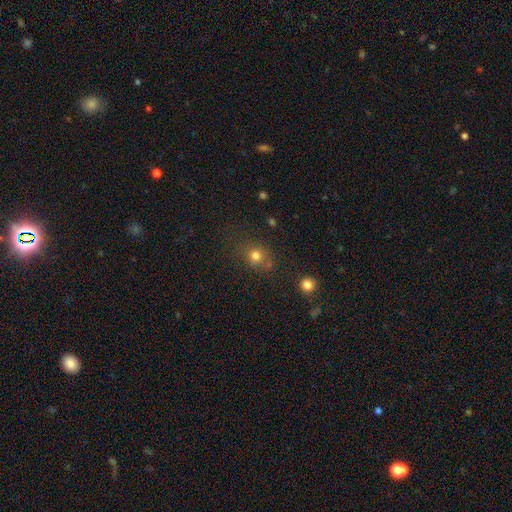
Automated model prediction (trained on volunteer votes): smooth 76%, star or artifact 16%, featured or disk 8%. Down the decision tree: how rounded — round (81%); merging — none (68%).